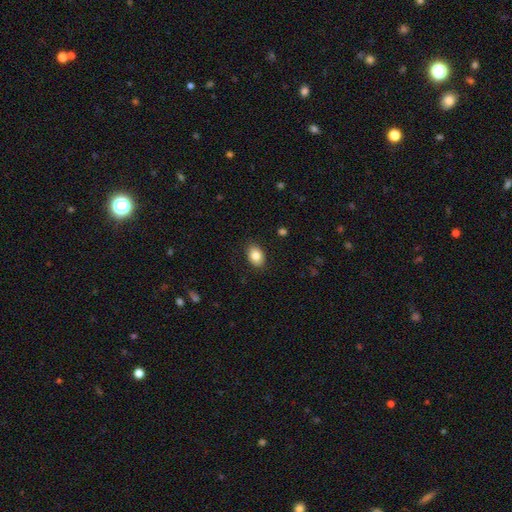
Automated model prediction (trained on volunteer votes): A smooth galaxy with no disk features (84%) that is in between round and cigar-shaped (80%). Merging: none (88%).